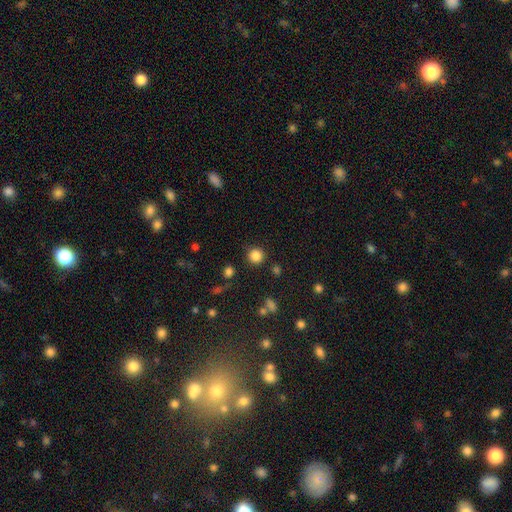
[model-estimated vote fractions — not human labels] Q: Smooth or featured?
A: smooth (85%); runner-up: star or artifact (11%)
Q: How rounded?
A: round (93%); runner-up: in between (6%)
Q: Merging?
A: none (88%); runner-up: minor disturbance (7%)